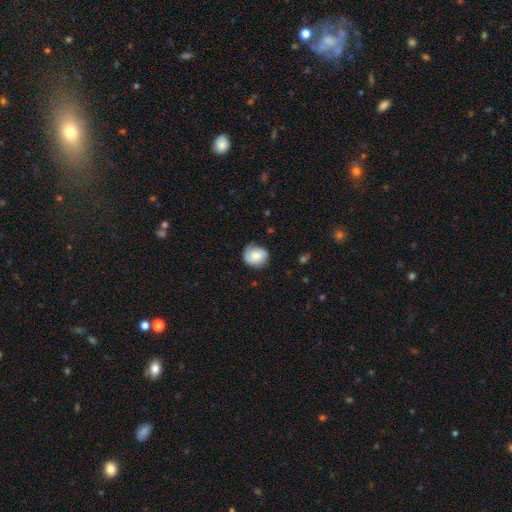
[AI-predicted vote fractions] Smooth or featured? smooth (58%)
How rounded? round (76%)
Merging? none (69%)